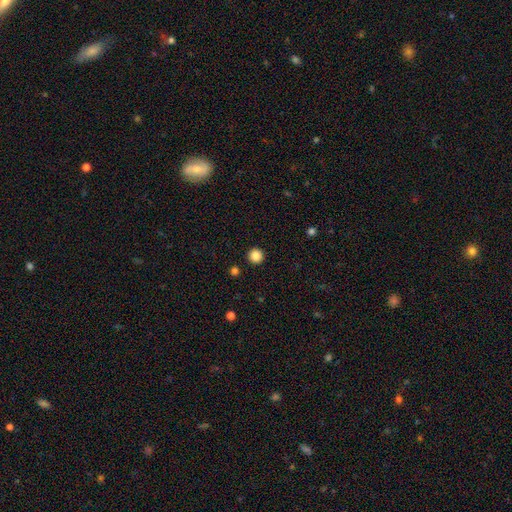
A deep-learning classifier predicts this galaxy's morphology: Q: Smooth or featured?
A: smooth (86%); runner-up: star or artifact (11%)
Q: How rounded?
A: round (96%); runner-up: in between (3%)
Q: Merging?
A: none (93%); runner-up: minor disturbance (4%)